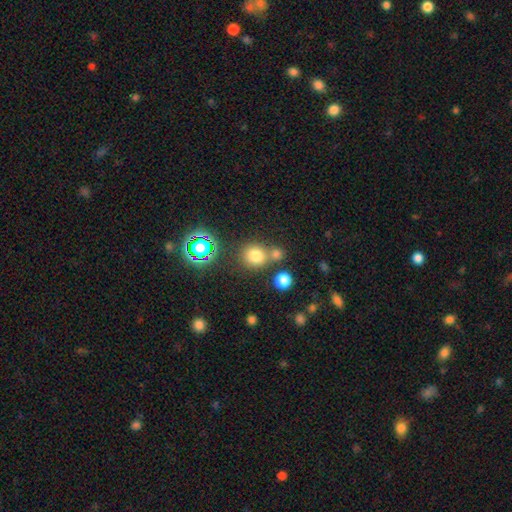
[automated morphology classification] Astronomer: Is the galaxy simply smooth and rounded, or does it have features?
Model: smooth — 74%.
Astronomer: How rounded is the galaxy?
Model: round — 86%.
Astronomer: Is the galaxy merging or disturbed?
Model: none — 62%.